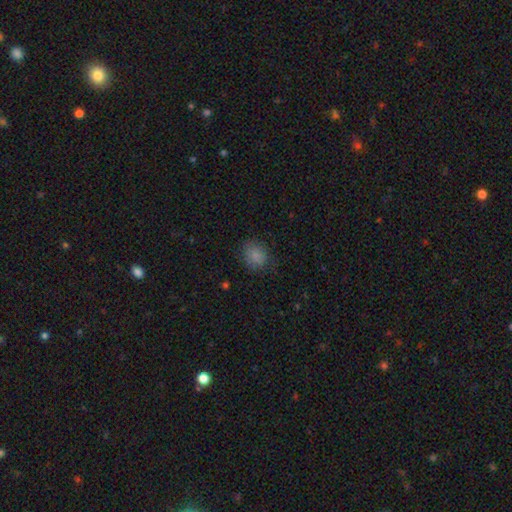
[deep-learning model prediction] Smooth or featured: smooth — 83% (star or artifact — 10%)
How rounded: round — 68% (in between — 31%)
Merging: none — 77% (minor disturbance — 17%)